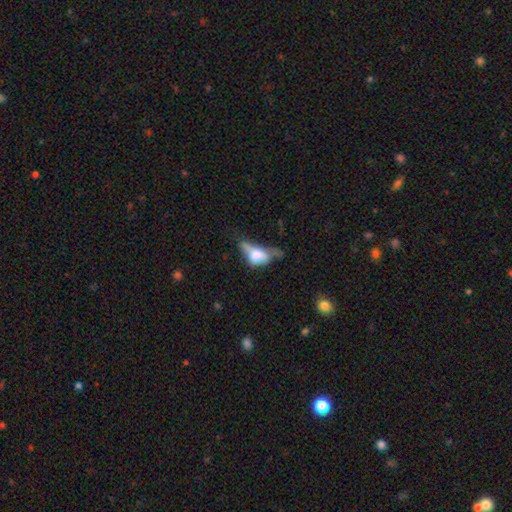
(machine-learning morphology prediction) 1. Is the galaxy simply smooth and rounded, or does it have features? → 54% smooth, 37% featured or disk, 10% star or artifact.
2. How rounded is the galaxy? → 77% in between, 14% cigar-shaped, 9% round.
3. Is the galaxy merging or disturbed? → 39% major disturbance, 26% minor disturbance, 22% none, 13% merger.